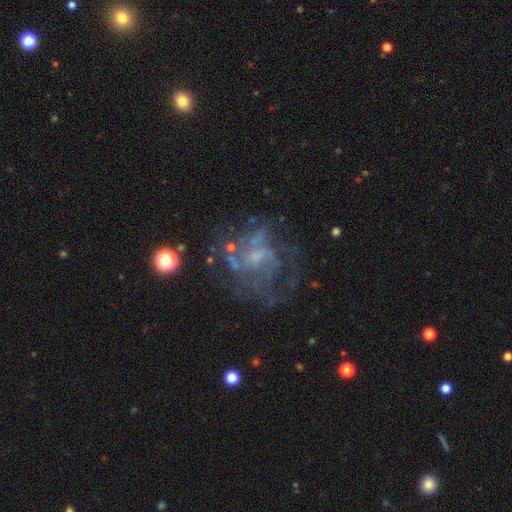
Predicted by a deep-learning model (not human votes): smooth-or-featured: featured or disk: 71% | star or artifact: 16% | smooth: 13%
  disk-edge-on: no: 98% | yes: 2%
    bar: no: 62% | weak: 32% | strong: 6%
    has-spiral-arms: yes: 65% | no: 35%
    bulge-size: small: 44% | none: 32% | moderate: 21% | large: 2% | dominant: 1%
  merging: none: 51% | major disturbance: 27% | minor disturbance: 17% | merger: 5%